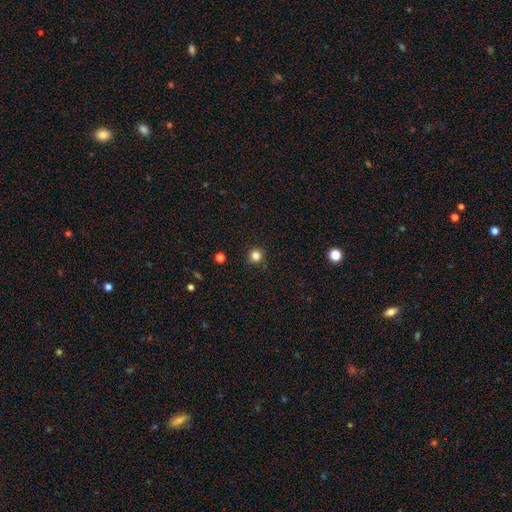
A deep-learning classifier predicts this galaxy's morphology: Smooth or featured? Predicted: smooth (p=0.83). How rounded? Predicted: round (p=0.94). Merging? Predicted: none (p=0.90).